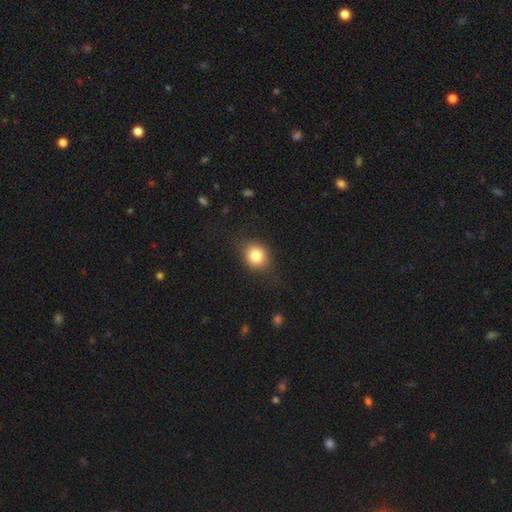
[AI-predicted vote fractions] Q: Smooth or featured?
A: smooth (80%); runner-up: star or artifact (10%)
Q: How rounded?
A: round (70%); runner-up: in between (29%)
Q: Merging?
A: none (82%); runner-up: minor disturbance (13%)